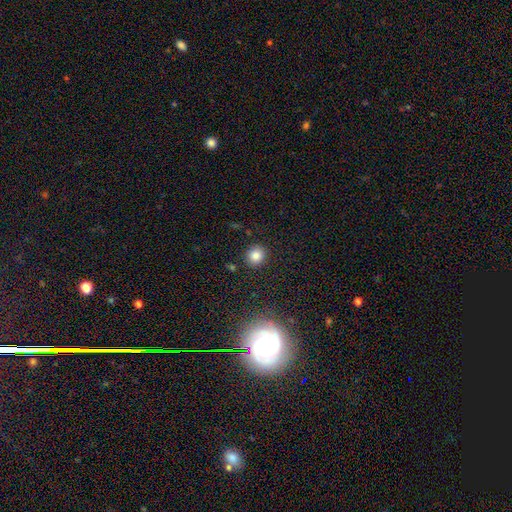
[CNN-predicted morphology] Smooth or featured? smooth (82%)
How rounded? round (84%)
Merging? none (89%)